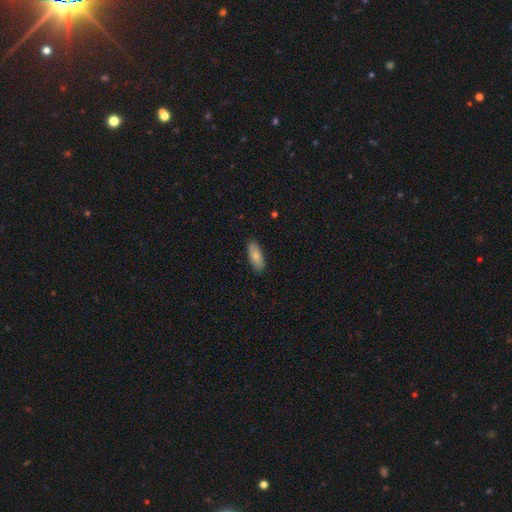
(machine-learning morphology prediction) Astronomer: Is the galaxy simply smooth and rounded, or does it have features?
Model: smooth — 80%.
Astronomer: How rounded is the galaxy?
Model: in between — 80%.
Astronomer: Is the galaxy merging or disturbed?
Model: none — 86%.